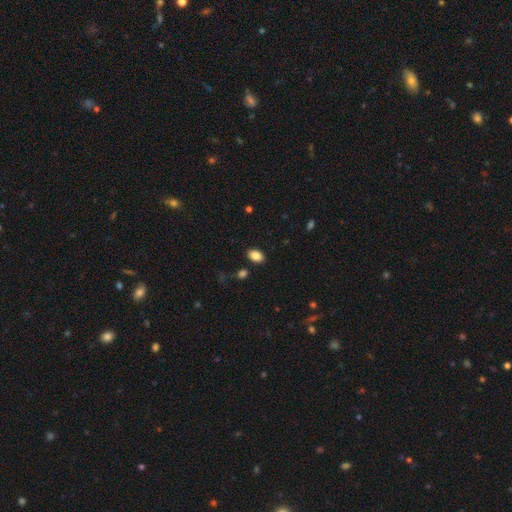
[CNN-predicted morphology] Smooth or featured?
  - smooth: 86% *
  - star or artifact: 9%
  - featured or disk: 6%
How rounded?
  - in between: 88% *
  - round: 11%
  - cigar-shaped: 1%
Merging?
  - none: 86% *
  - minor disturbance: 9%
  - major disturbance: 2%
  - merger: 2%